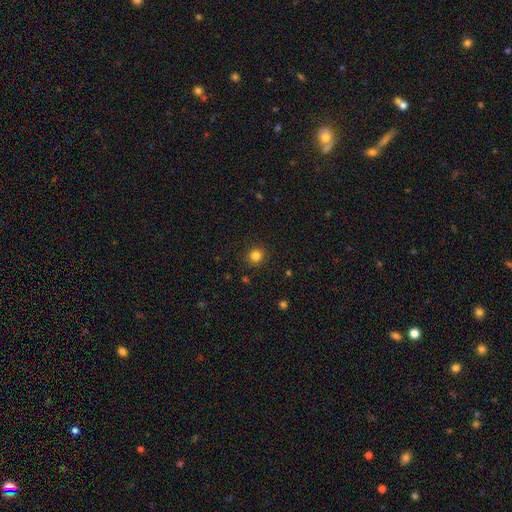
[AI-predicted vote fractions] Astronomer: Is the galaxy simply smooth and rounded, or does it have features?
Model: smooth — 83%.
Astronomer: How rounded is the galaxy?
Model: round — 92%.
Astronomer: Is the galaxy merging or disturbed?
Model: none — 91%.